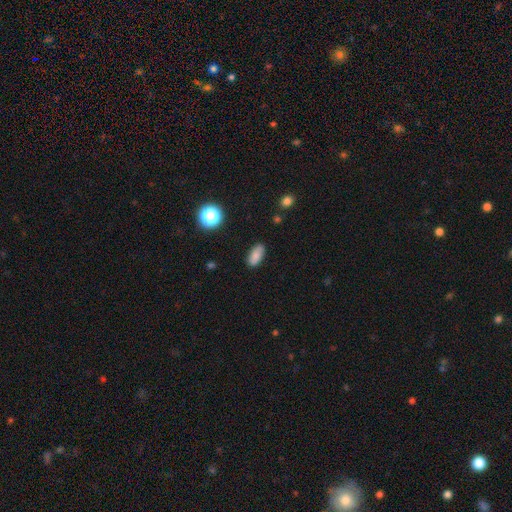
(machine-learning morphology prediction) A smooth galaxy with no disk features (82%) that is in between round and cigar-shaped (88%).

Vote fractions:
- Smooth or featured? smooth: 82% / star or artifact: 10% / featured or disk: 8%
- How rounded? in between: 88% / cigar-shaped: 8% / round: 5%
- Merging? none: 86% / minor disturbance: 11% / major disturbance: 2% / merger: 1%